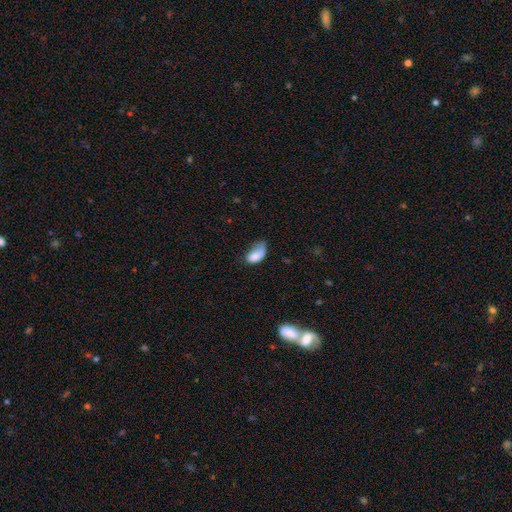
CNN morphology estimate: Smooth or featured?
  - smooth: 78% *
  - featured or disk: 13%
  - star or artifact: 8%
How rounded?
  - in between: 92% *
  - round: 5%
  - cigar-shaped: 2%
Merging?
  - minor disturbance: 37% *
  - major disturbance: 30%
  - none: 28%
  - merger: 5%